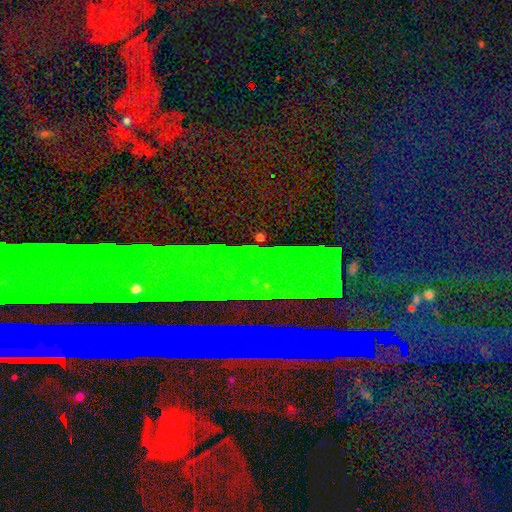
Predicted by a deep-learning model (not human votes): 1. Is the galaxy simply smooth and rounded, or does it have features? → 85% star or artifact, 9% featured or disk, 6% smooth.